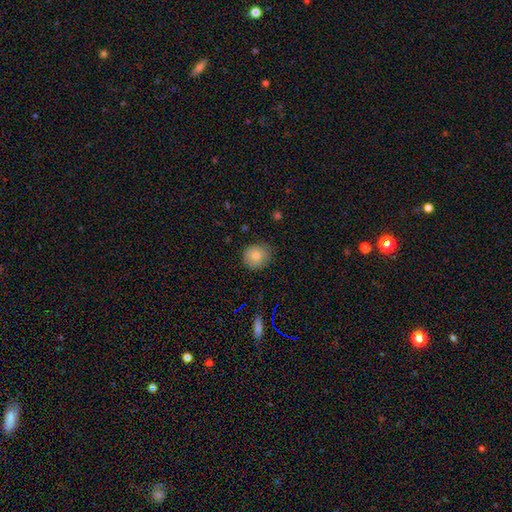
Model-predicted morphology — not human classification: A smooth galaxy with no disk features (78%) that is round (84%).

Vote fractions:
- Smooth or featured? smooth: 78% / featured or disk: 12% / star or artifact: 9%
- How rounded? round: 84% / in between: 16% / cigar-shaped: 1%
- Merging? none: 79% / minor disturbance: 17% / major disturbance: 3% / merger: 1%